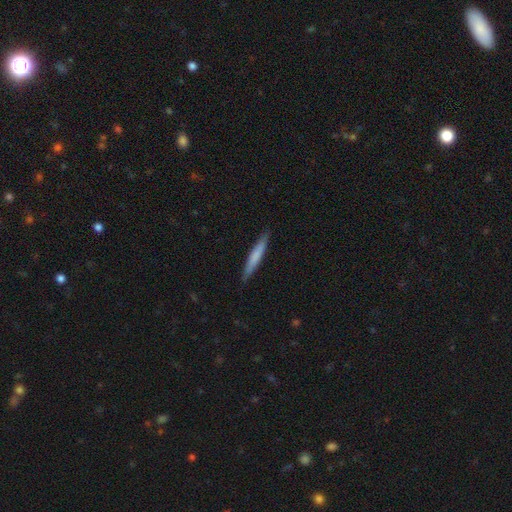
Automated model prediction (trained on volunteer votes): Q: Smooth or featured?
A: smooth (68%); runner-up: featured or disk (27%)
Q: How rounded?
A: cigar-shaped (95%); runner-up: in between (4%)
Q: Merging?
A: none (89%); runner-up: minor disturbance (9%)